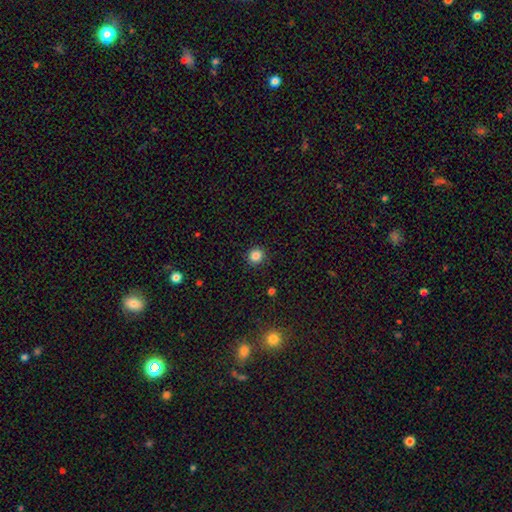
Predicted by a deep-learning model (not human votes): Morphology: type=smooth (85%); roundness=round (91%); merging=none (91%).